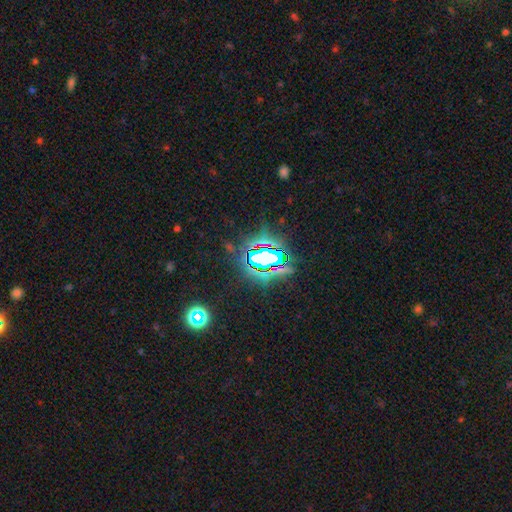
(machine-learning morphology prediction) smooth_or_featured: star or artifact (p=0.79) [alt: smooth p=0.11]